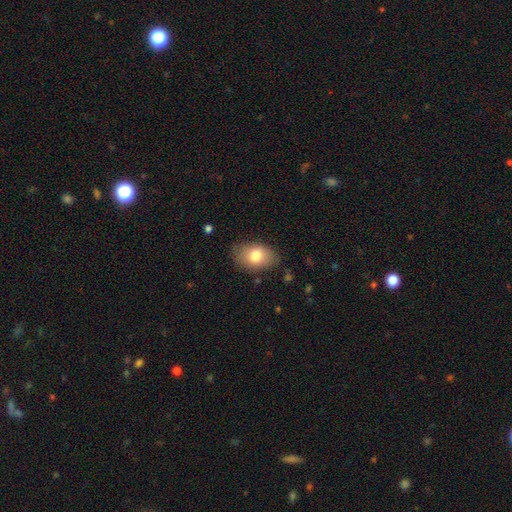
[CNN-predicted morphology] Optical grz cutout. It shows a smooth galaxy with no disk features (78%) that is in between round and cigar-shaped (86%). Merging: none (78%).